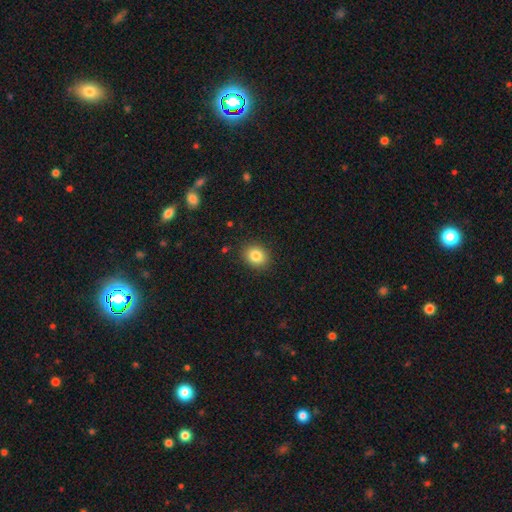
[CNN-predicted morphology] Overall: smooth (84%). How rounded: round (61%; in between 38%). Merging: none (89%).